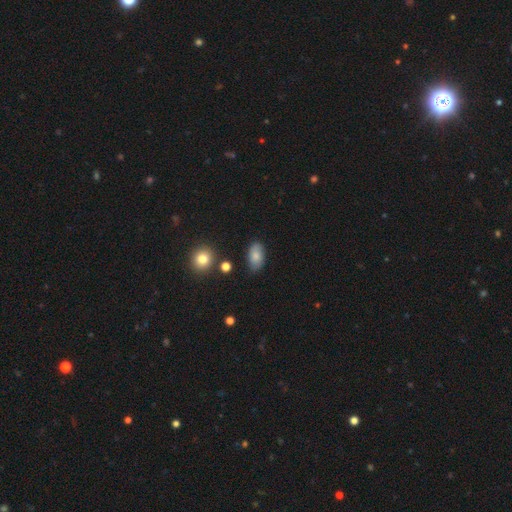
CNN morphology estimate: smooth 77%, featured or disk 15%, star or artifact 8%. Down the decision tree: how rounded — in between (91%); merging — none (78%).